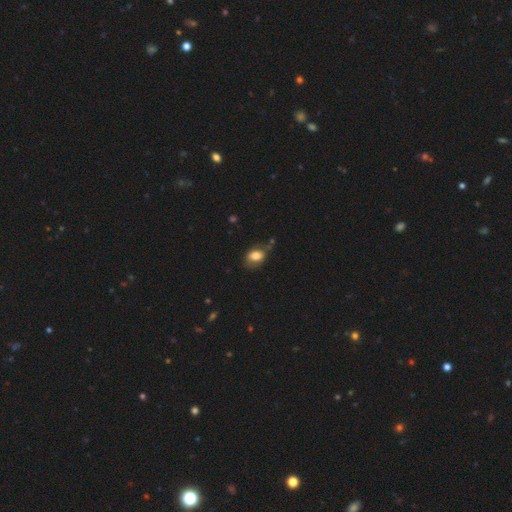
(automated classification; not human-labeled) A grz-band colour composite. It shows a smooth galaxy with no disk features (78%) that is in between round and cigar-shaped (75%). Merging: none (61%).